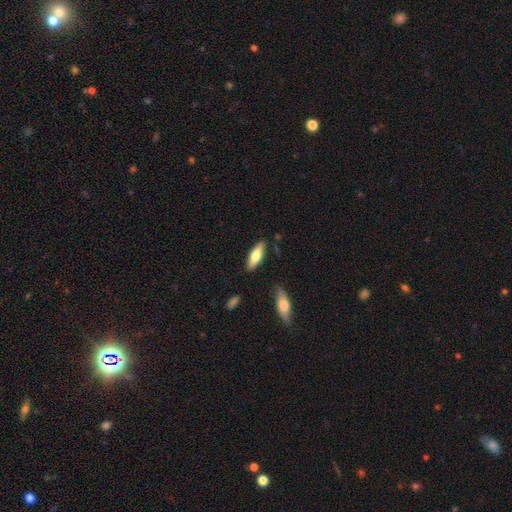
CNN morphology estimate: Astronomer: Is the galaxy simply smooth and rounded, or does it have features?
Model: smooth — 69%.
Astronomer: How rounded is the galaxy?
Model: in between — 61% (runner-up: cigar-shaped, 38%).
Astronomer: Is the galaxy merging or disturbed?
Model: none — 84%.